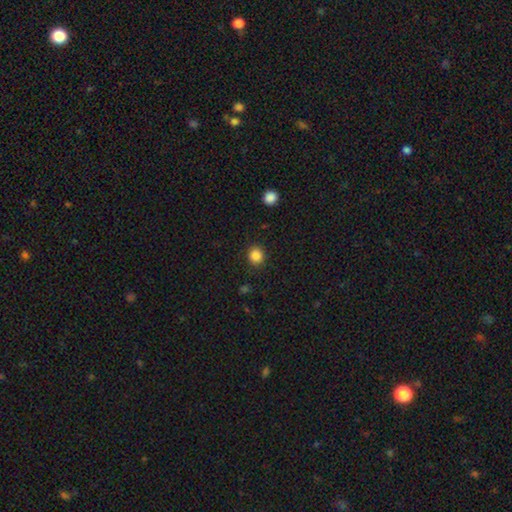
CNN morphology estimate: A smooth galaxy with no disk features (86%) that is round (88%).

Vote fractions:
- Smooth or featured? smooth: 86% / star or artifact: 11% / featured or disk: 3%
- How rounded? round: 88% / in between: 11% / cigar-shaped: 1%
- Merging? none: 90% / minor disturbance: 7% / major disturbance: 2% / merger: 1%